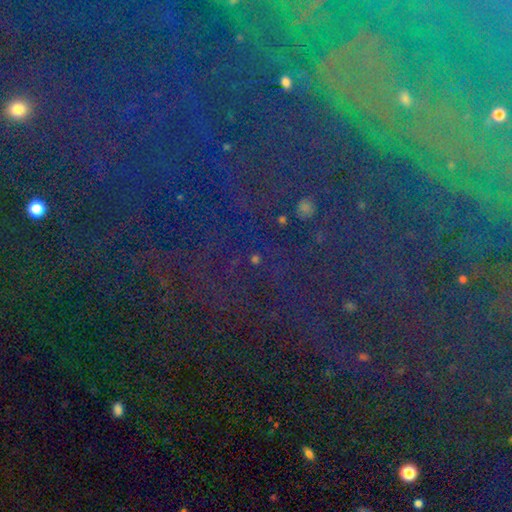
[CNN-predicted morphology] This appears to be a star or artifact, not a galaxy (75%).